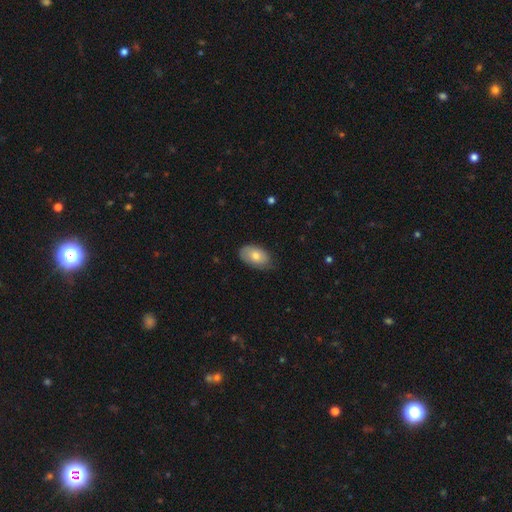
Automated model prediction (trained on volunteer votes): Morphology: type=smooth (72%); roundness=in between (92%); merging=none (70%).